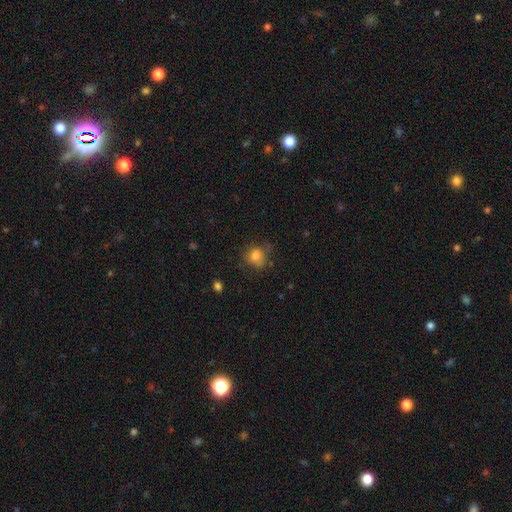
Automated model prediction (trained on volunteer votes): The model was most divided on "merging": none: 59%, minor disturbance: 26%, major disturbance: 12%, merger: 3%. More confident: smooth or featured — smooth (80%); how rounded — round (70%).